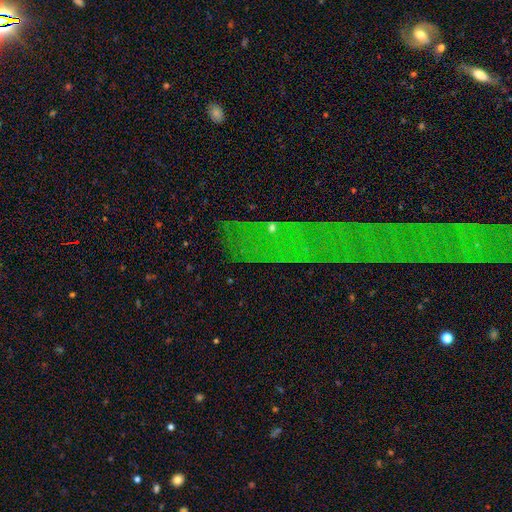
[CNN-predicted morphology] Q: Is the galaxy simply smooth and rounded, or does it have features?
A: star or artifact — 63%.